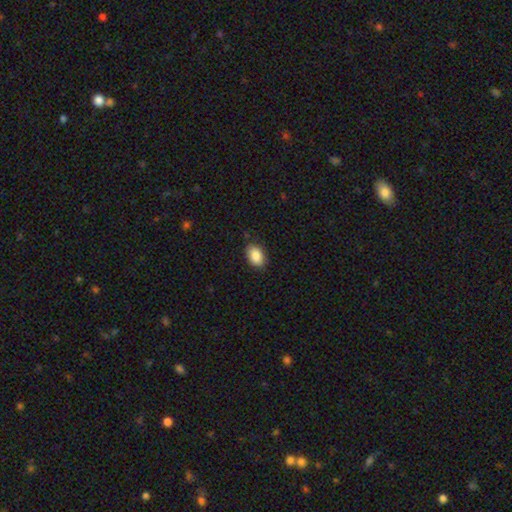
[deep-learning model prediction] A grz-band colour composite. It shows a smooth galaxy with no disk features (88%) that is in between round and cigar-shaped (87%). Merging: none (84%).